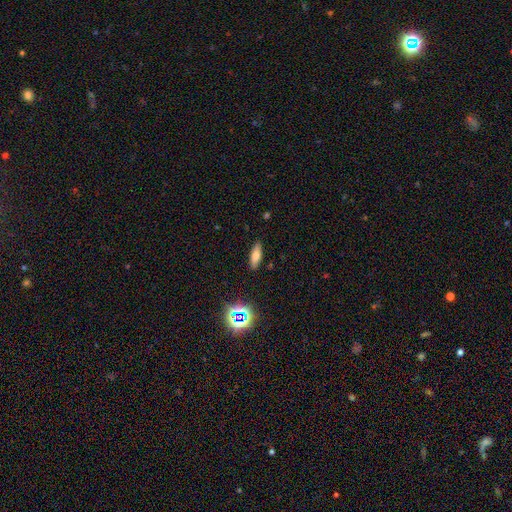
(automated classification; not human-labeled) Smooth or featured: smooth — 67% (featured or disk — 20%)
How rounded: in between — 56% (cigar-shaped — 40%)
Merging: none — 87% (minor disturbance — 9%)